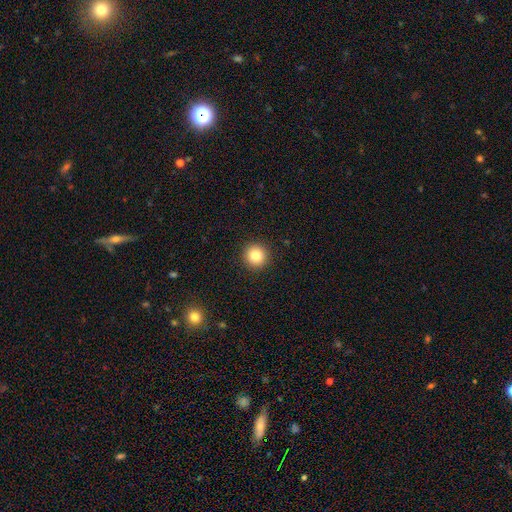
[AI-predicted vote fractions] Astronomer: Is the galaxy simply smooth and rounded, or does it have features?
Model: smooth — 84%.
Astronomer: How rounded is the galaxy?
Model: round — 95%.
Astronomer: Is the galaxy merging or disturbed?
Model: none — 92%.